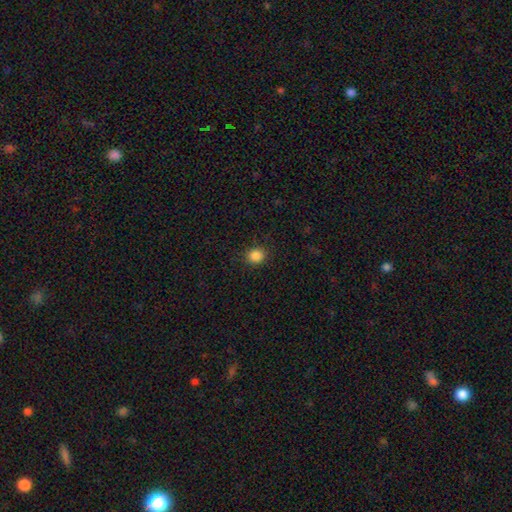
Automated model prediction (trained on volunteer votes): Morphology: type=smooth (86%); roundness=round (80%); merging=none (89%).